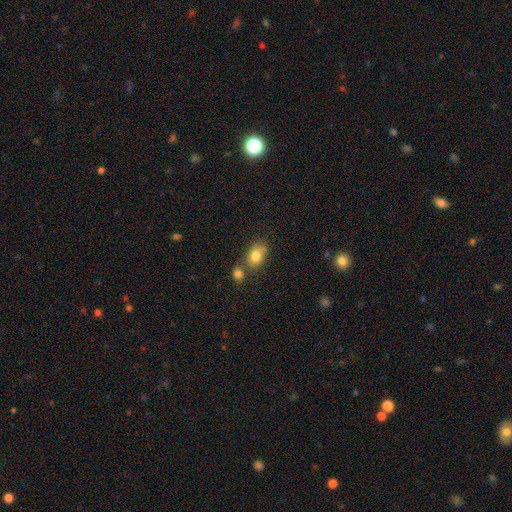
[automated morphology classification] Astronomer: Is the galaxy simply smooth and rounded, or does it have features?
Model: smooth — 80%.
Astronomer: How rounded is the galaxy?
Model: in between — 75%.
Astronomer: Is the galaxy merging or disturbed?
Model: none — 53% (runner-up: merger, 30%).